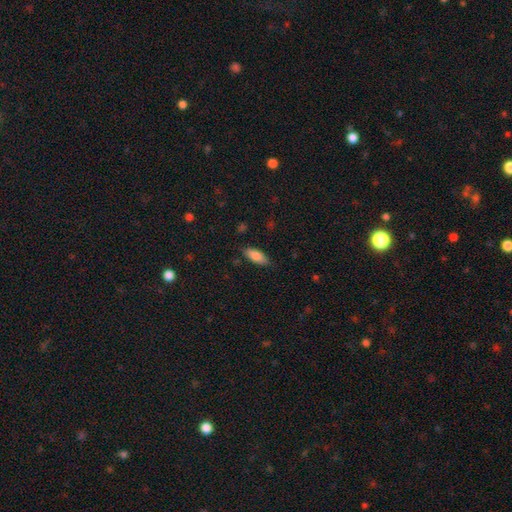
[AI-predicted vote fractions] smooth 82%, featured or disk 12%, star or artifact 7%. Down the decision tree: how rounded — in between (78%); merging — none (83%).